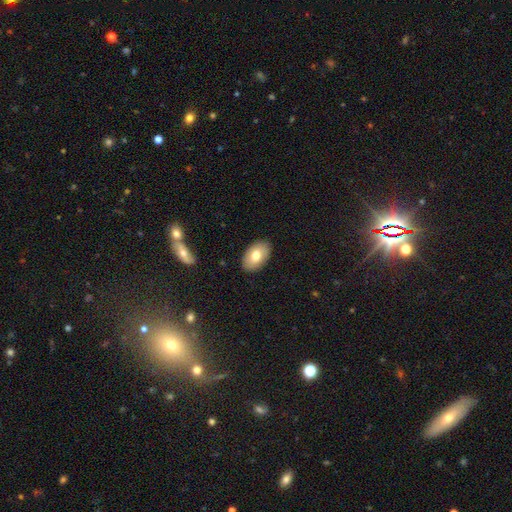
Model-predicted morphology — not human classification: smooth_or_featured: smooth (p=0.74) [alt: featured or disk p=0.19]
how_rounded: in between (p=0.92) [alt: round p=0.07]
merging: none (p=0.88) [alt: minor disturbance p=0.09]